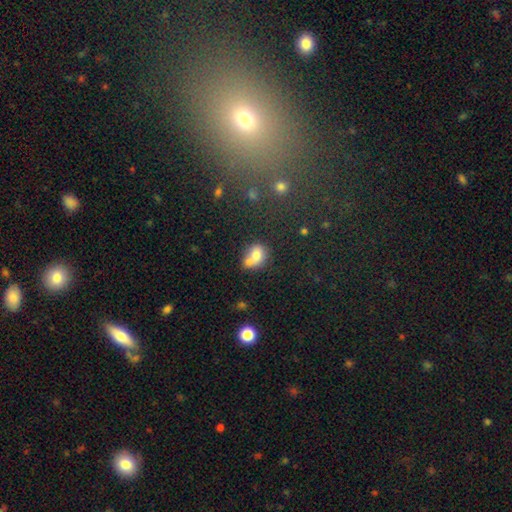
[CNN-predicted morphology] The model was most divided on "how rounded": in between: 51%, round: 48%, cigar-shaped: 1%. More confident: smooth or featured — smooth (72%); merging — merger (57%).